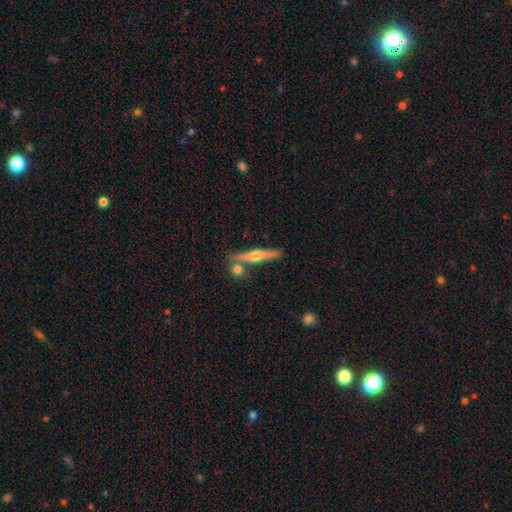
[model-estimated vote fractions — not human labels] smooth-or-featured: featured or disk: 67% | smooth: 27% | star or artifact: 6%
  disk-edge-on: yes: 96% | no: 4%
    edge-on-bulge: rounded: 92% | none: 4% | boxy: 3%
  merging: none: 76% | merger: 13% | minor disturbance: 9% | major disturbance: 2%